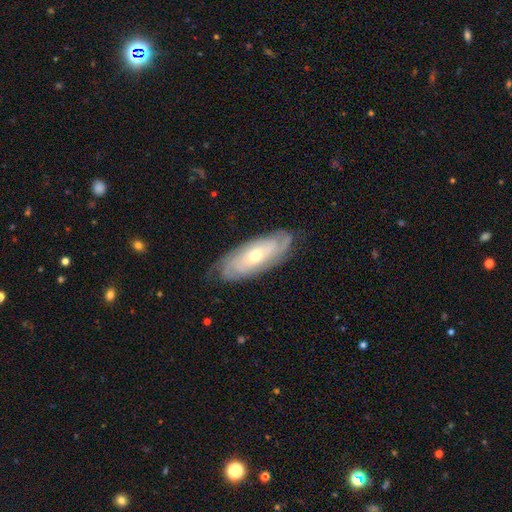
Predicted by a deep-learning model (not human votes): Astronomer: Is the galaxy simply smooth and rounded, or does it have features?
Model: featured or disk — 75%.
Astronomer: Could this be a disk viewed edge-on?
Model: no — 86%.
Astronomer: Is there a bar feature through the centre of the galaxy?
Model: no — 70%.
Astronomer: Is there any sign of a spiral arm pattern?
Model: yes — 89%.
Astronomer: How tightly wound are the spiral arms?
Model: tight — 71%.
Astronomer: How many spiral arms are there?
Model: can't tell — 50%.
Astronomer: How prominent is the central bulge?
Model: moderate — 53% (runner-up: small, 44%).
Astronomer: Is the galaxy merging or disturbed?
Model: none — 77%.